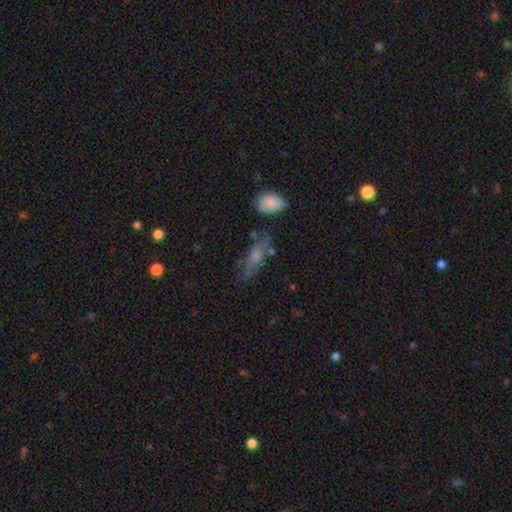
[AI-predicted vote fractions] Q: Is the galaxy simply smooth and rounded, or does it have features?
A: smooth — 65%.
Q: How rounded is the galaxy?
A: in between — 55%.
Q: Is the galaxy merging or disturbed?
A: none — 63%.